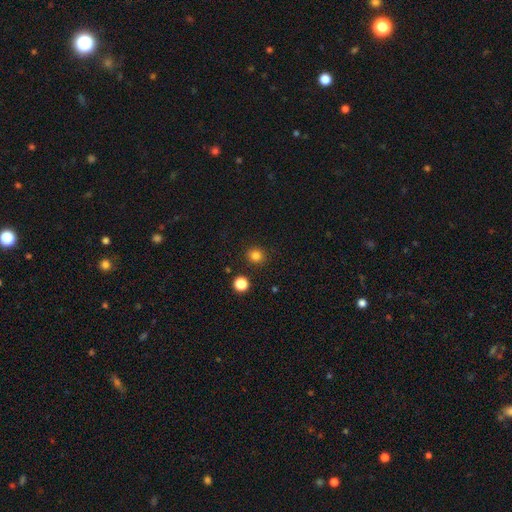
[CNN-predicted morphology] A smooth galaxy with no disk features (82%) that is round (89%). Merging: none (90%).